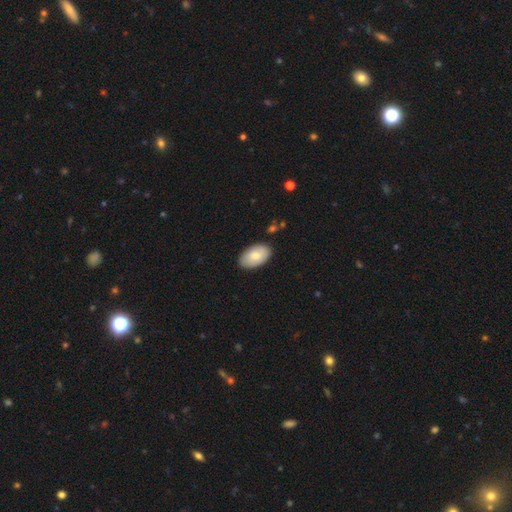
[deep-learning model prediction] This appears to be a smooth galaxy with no disk features (82%) that is in between round and cigar-shaped (95%). Merging: none (87%).